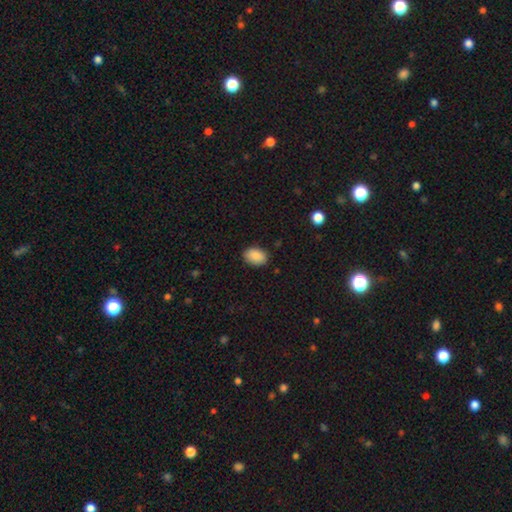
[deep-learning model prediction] A smooth galaxy with no disk features (89%) that is in between round and cigar-shaped (86%).

Vote fractions:
- Smooth or featured? smooth: 89% / star or artifact: 7% / featured or disk: 4%
- How rounded? in between: 86% / round: 13% / cigar-shaped: 1%
- Merging? none: 86% / minor disturbance: 11% / major disturbance: 2% / merger: 1%